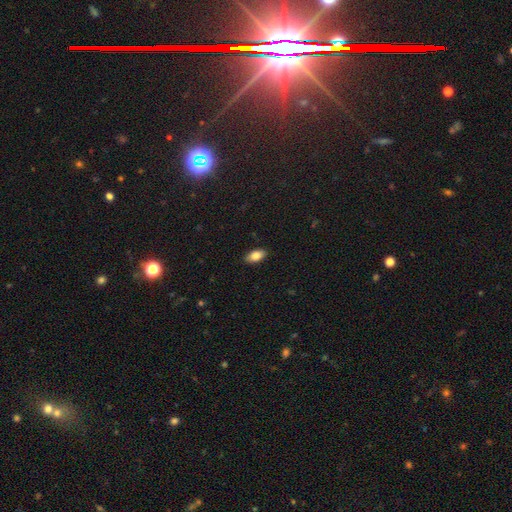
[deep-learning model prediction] A smooth galaxy with no disk features (84%) that is in between round and cigar-shaped (91%).

Vote fractions:
- Smooth or featured? smooth: 84% / featured or disk: 9% / star or artifact: 7%
- How rounded? in between: 91% / cigar-shaped: 5% / round: 3%
- Merging? none: 88% / minor disturbance: 9% / major disturbance: 2% / merger: 1%